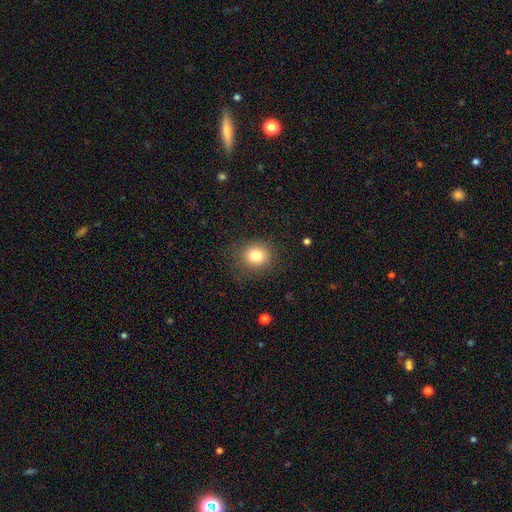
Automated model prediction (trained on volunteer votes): smooth-or-featured: smooth: 81% | star or artifact: 12% | featured or disk: 8%
  how-rounded: round: 79% | in between: 20% | cigar-shaped: 1%
  merging: none: 83% | minor disturbance: 11% | major disturbance: 4% | merger: 1%